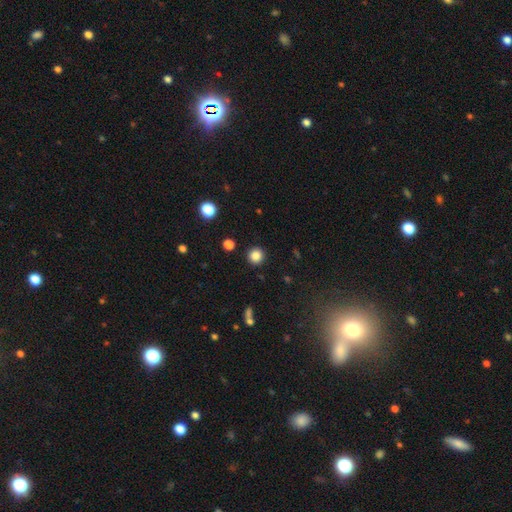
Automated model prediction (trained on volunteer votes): This is clearly a smooth galaxy (85%). How rounded: clearly round (94%). Merging: clearly none (91%).